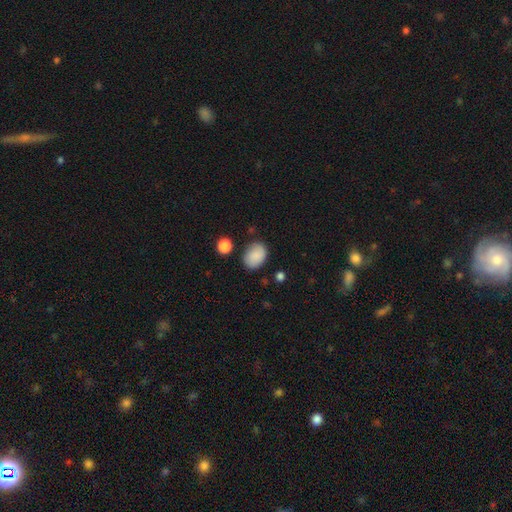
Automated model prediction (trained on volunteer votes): Smooth or featured?
  - smooth: 86% *
  - star or artifact: 8%
  - featured or disk: 6%
How rounded?
  - in between: 71% *
  - round: 27%
  - cigar-shaped: 1%
Merging?
  - none: 78% *
  - minor disturbance: 15%
  - major disturbance: 4%
  - merger: 3%